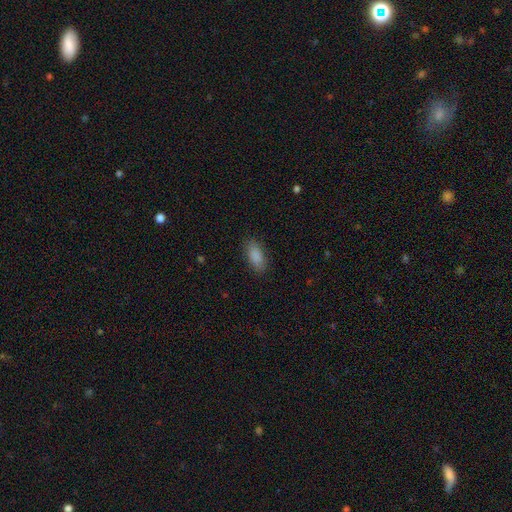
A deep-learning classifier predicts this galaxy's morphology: type=smooth (88%); roundness=in between (87%); merging=none (86%).